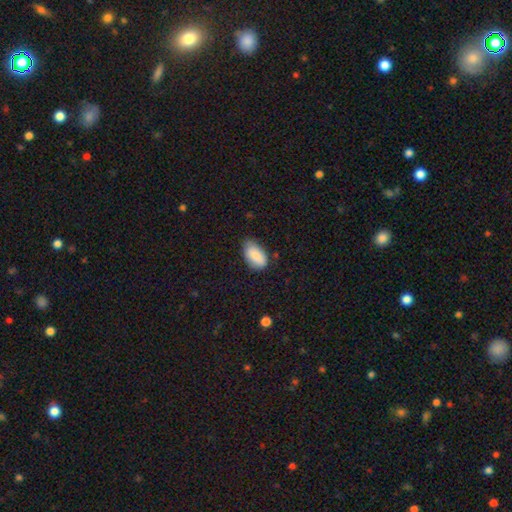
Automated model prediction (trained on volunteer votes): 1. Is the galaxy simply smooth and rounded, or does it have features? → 86% smooth, 7% featured or disk, 7% star or artifact.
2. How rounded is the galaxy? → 94% in between, 4% round, 2% cigar-shaped.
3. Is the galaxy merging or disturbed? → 68% none, 27% minor disturbance, 4% major disturbance, 2% merger.